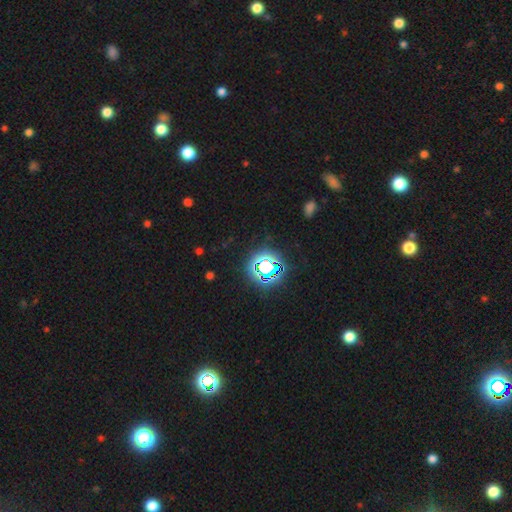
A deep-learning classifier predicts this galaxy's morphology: star or artifact 78%, smooth 15%, featured or disk 7%.